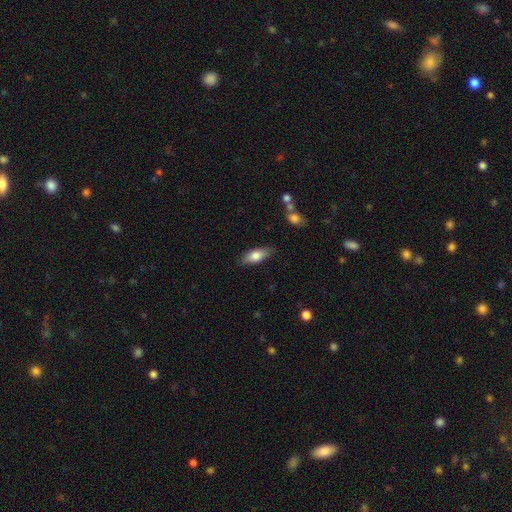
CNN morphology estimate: Smooth or featured? Predicted: smooth (p=0.72). How rounded? Predicted: in between (p=0.74). Merging? Predicted: none (p=0.84).